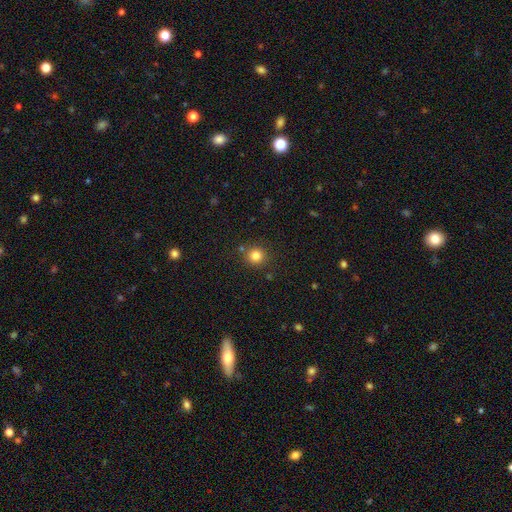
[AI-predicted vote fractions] This is clearly a smooth galaxy (82%). How rounded: clearly round (93%). Merging: clearly none (86%).